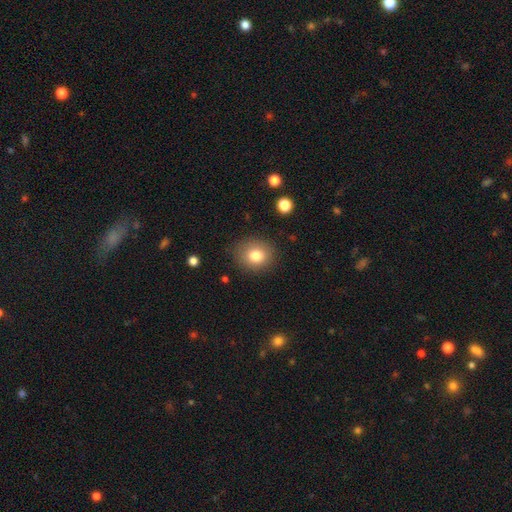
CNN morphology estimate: smooth 80%, star or artifact 11%, featured or disk 9%. Down the decision tree: how rounded — round (75%); merging — none (86%).